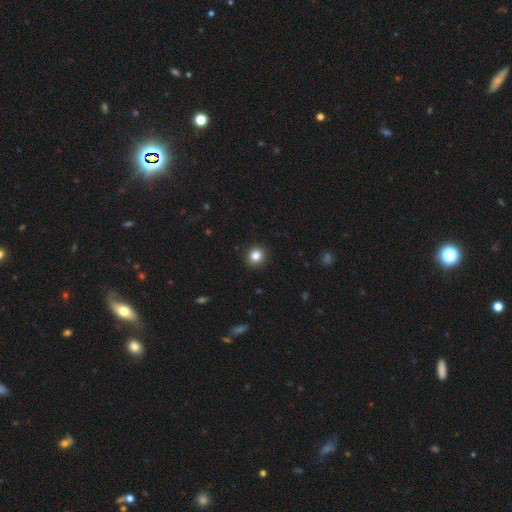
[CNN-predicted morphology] The model was most divided on "smooth or featured": smooth: 85%, star or artifact: 11%, featured or disk: 4%. More confident: merging — none (92%); how rounded — round (88%).